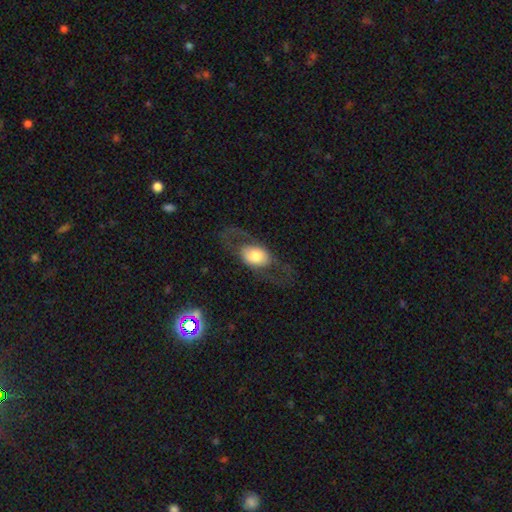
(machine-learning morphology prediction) Smooth or featured: featured or disk — 50% (smooth — 44%)
Merging: none — 67% (major disturbance — 18%)